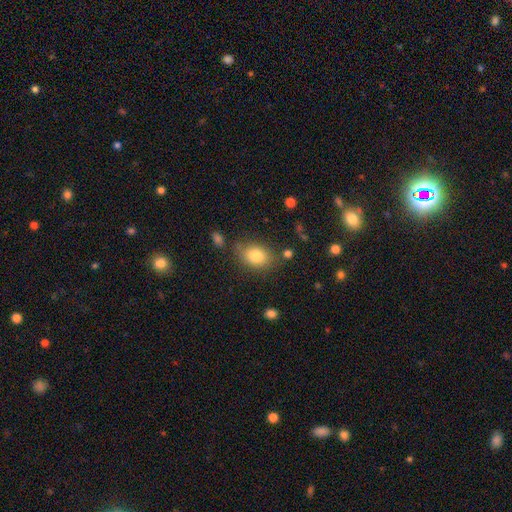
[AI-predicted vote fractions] Smooth or featured?
  - smooth: 81% *
  - featured or disk: 9%
  - star or artifact: 9%
How rounded?
  - in between: 72% *
  - round: 27%
  - cigar-shaped: 1%
Merging?
  - none: 73% *
  - minor disturbance: 17%
  - major disturbance: 5%
  - merger: 5%